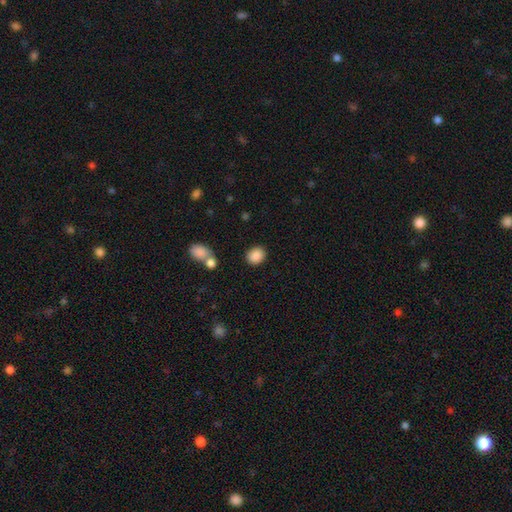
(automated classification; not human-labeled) This appears to be a smooth galaxy with no disk features (88%) that is round (57%). Merging: none (84%).